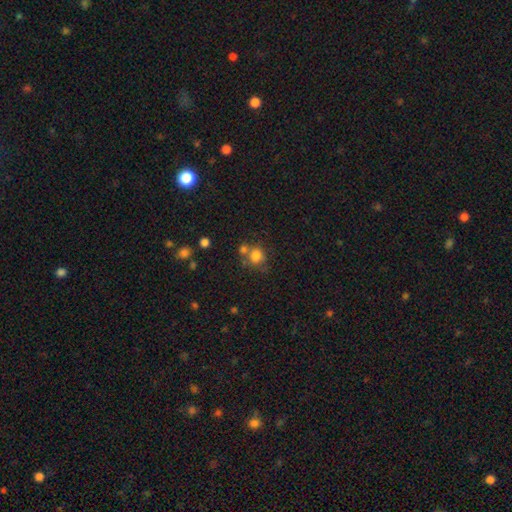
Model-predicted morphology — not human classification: Smooth or featured?
  - smooth: 78% *
  - star or artifact: 12%
  - featured or disk: 9%
How rounded?
  - round: 80% *
  - in between: 19%
  - cigar-shaped: 1%
Merging?
  - none: 52% *
  - merger: 29%
  - minor disturbance: 13%
  - major disturbance: 6%